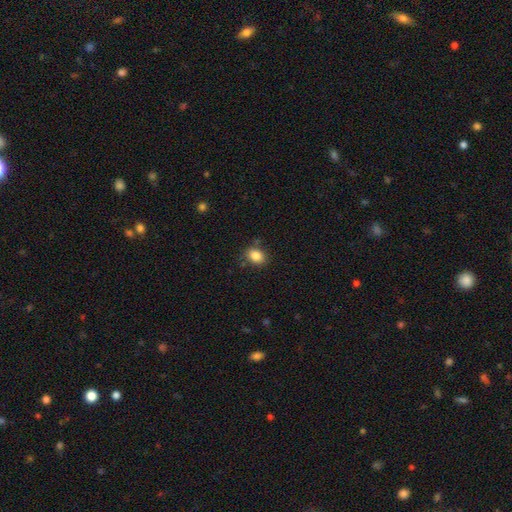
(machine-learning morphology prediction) smooth 85%, star or artifact 10%, featured or disk 5%. Down the decision tree: how rounded — in between (58%); merging — none (78%).